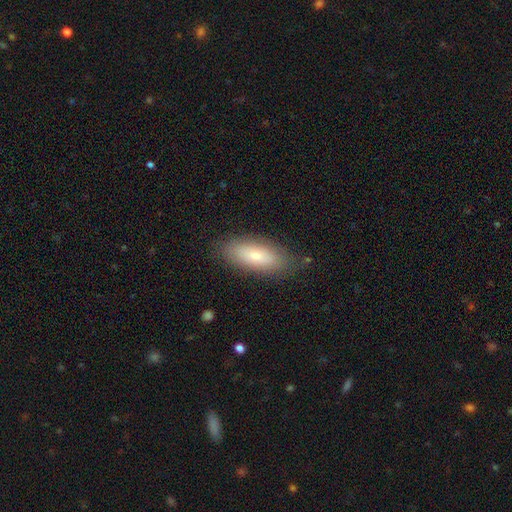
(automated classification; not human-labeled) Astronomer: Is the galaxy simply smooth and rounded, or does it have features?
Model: smooth — 76%.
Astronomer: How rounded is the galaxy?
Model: in between — 78%.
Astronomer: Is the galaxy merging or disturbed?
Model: none — 82%.